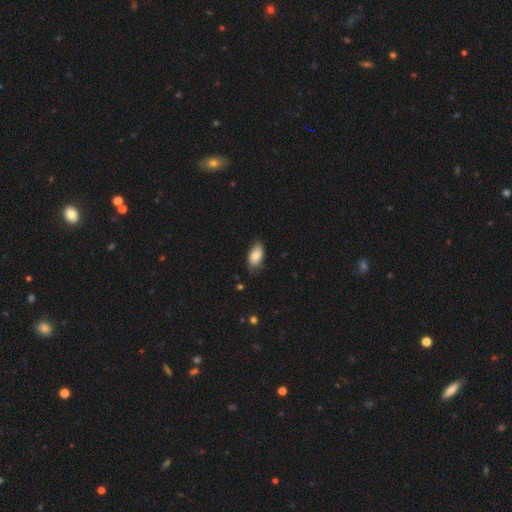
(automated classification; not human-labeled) smooth 79%, featured or disk 14%, star or artifact 7%. Down the decision tree: how rounded — in between (93%); merging — none (72%).